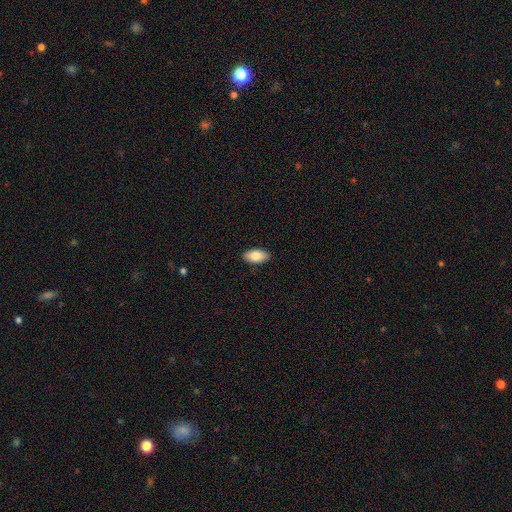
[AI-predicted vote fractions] Smooth or featured?
  - smooth: 82% *
  - featured or disk: 11%
  - star or artifact: 6%
How rounded?
  - in between: 93% *
  - cigar-shaped: 4%
  - round: 3%
Merging?
  - none: 89% *
  - minor disturbance: 8%
  - major disturbance: 2%
  - merger: 1%